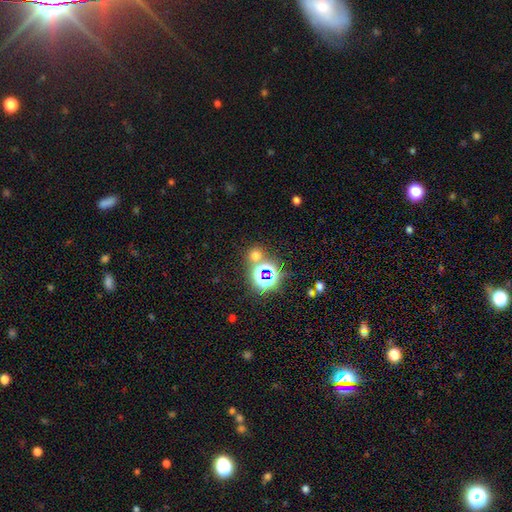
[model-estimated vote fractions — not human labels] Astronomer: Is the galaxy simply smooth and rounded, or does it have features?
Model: smooth — 50% (runner-up: star or artifact, 43%).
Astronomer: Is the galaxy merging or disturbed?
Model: none — 72%.